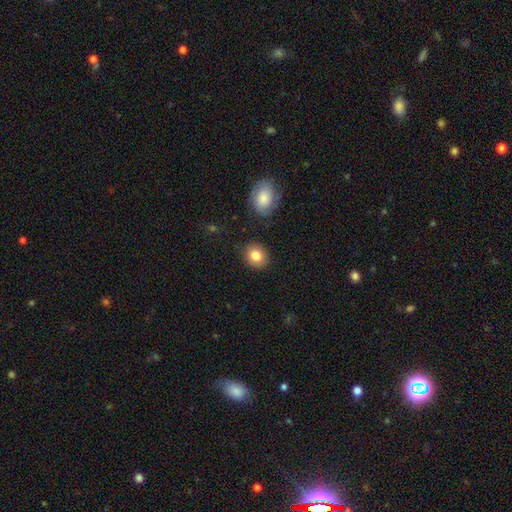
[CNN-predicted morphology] smooth-or-featured: smooth: 84% | star or artifact: 9% | featured or disk: 8%
  how-rounded: round: 67% | in between: 33% | cigar-shaped: 1%
  merging: none: 87% | minor disturbance: 8% | merger: 2% | major disturbance: 2%